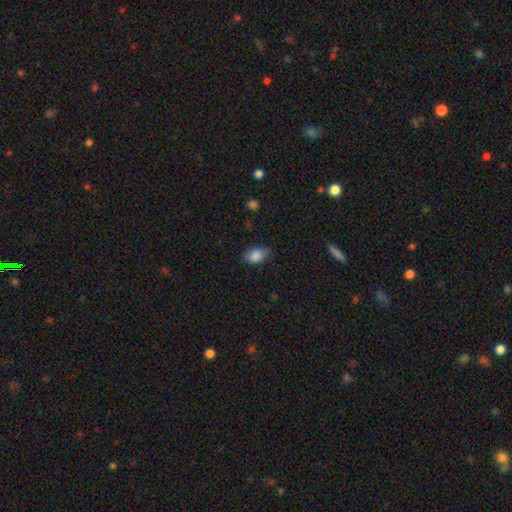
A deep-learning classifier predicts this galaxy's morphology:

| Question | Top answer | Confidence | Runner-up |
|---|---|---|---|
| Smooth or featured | smooth | 87% | star or artifact (8%) |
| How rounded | in between | 81% | round (17%) |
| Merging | none | 70% | minor disturbance (25%) |